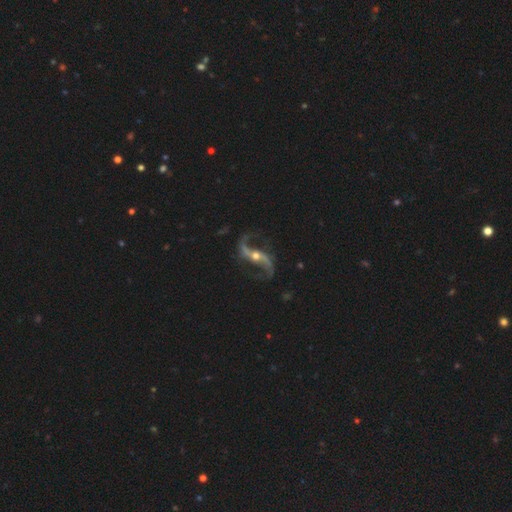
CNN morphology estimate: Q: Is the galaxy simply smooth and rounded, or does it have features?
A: featured or disk — 92%.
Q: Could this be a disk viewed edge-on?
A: no — 95%.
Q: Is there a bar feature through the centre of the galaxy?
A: strong — 43%.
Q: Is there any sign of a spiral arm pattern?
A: yes — 98%.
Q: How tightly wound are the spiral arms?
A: loose — 80%.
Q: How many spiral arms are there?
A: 2 — 95%.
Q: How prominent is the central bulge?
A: moderate — 62%.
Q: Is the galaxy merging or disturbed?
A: none — 79%.